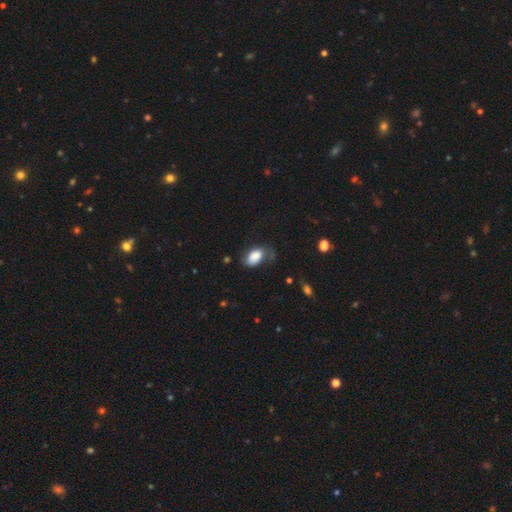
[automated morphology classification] smooth-or-featured: smooth: 83% | featured or disk: 10% | star or artifact: 7%
  how-rounded: in between: 92% | round: 6% | cigar-shaped: 2%
  merging: none: 46% | minor disturbance: 32% | major disturbance: 19% | merger: 3%